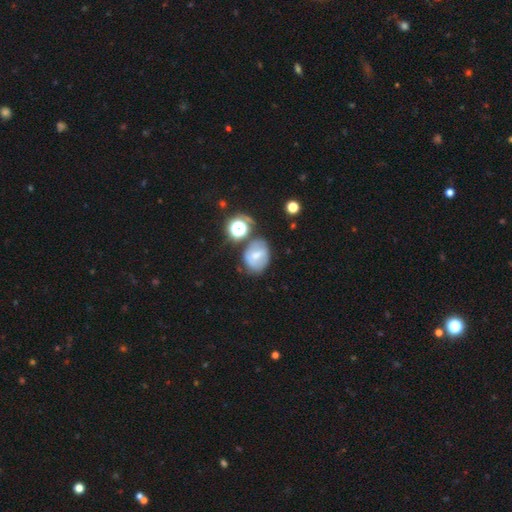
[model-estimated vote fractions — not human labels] Overall: smooth (51%; featured or disk 35%). How rounded: in between (54%; round 45%). Merging: none (58%; minor disturbance 21%).